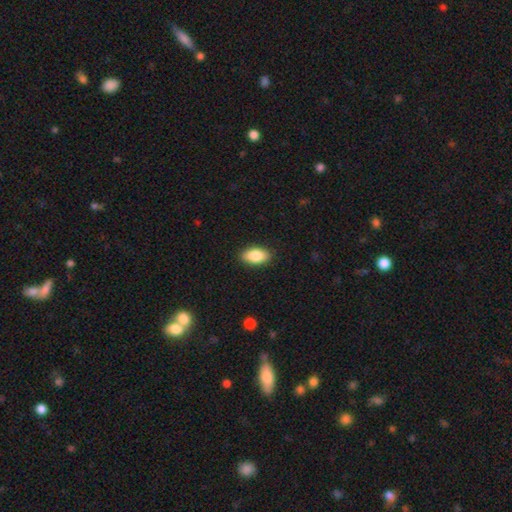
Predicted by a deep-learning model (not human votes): Smooth or featured? smooth (86%)
How rounded? in between (92%)
Merging? none (89%)